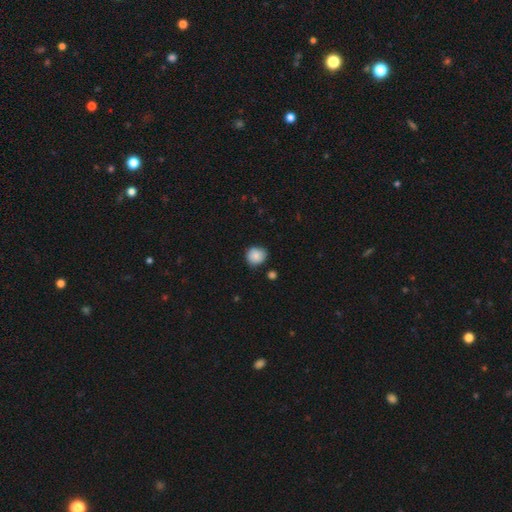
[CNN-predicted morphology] This appears to be a smooth galaxy with no disk features (84%) that is round (86%). Merging: none (77%).